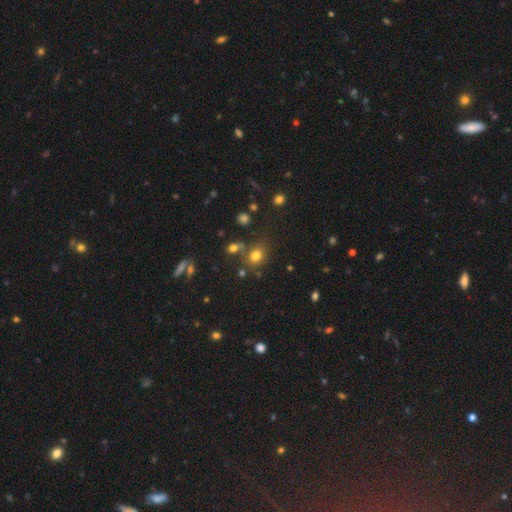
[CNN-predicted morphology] This is likely a smooth galaxy (75%). How rounded: likely round (62%). Merging: likely none (68%).